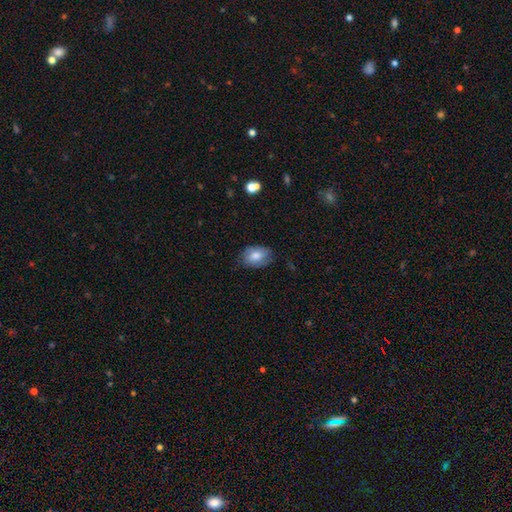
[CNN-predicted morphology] smooth 72%, featured or disk 21%, star or artifact 7%. Down the decision tree: how rounded — in between (83%); merging — none (71%).